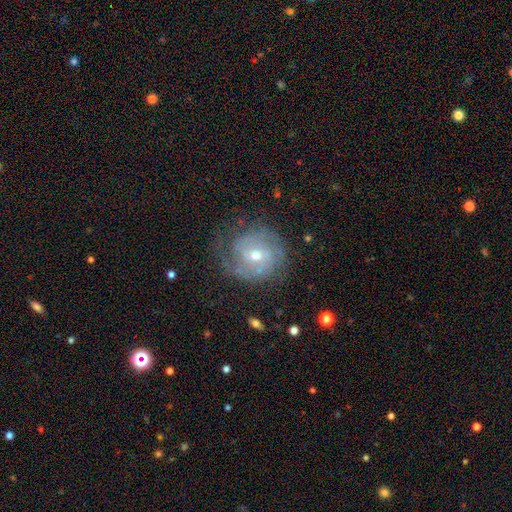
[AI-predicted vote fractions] smooth-or-featured: featured or disk: 81% | smooth: 12% | star or artifact: 7%
  disk-edge-on: no: 97% | yes: 3%
    bar: no: 47% | weak: 43% | strong: 11%
    has-spiral-arms: yes: 93% | no: 7%
      spiral-winding: tight: 55% | medium: 34% | loose: 11%
      spiral-arm-count: 2: 40% | can't tell: 29% | 3: 16% | 1: 6% | 4: 5% | more than 4: 4%
    bulge-size: small: 51% | moderate: 46% | large: 2% | none: 1% | dominant: 1%
  merging: none: 69% | minor disturbance: 19% | major disturbance: 11% | merger: 1%